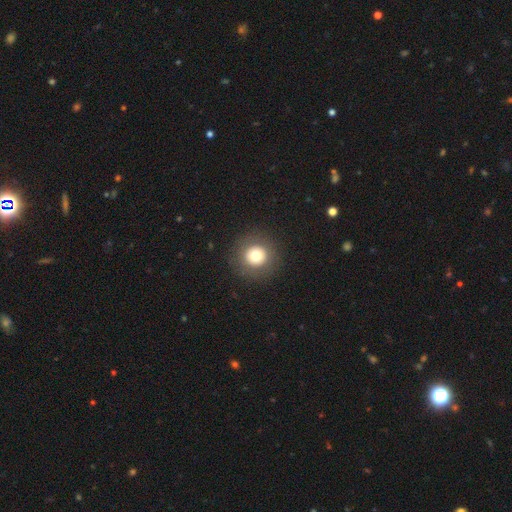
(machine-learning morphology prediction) type=smooth (74%); roundness=round (95%); merging=none (90%).